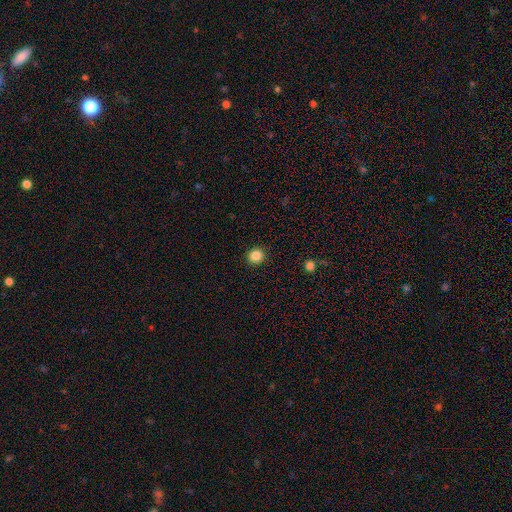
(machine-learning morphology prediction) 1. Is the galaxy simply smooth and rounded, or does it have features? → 86% smooth, 11% star or artifact, 3% featured or disk.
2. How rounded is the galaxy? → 90% round, 9% in between, 1% cigar-shaped.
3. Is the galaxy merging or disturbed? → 92% none, 5% minor disturbance, 2% major disturbance, 1% merger.